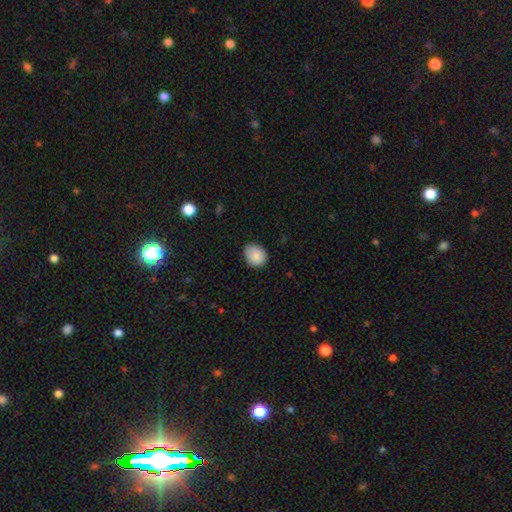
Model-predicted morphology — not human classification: The model was most divided on "how rounded": round: 58%, in between: 41%, cigar-shaped: 1%. More confident: smooth or featured — smooth (88%); merging — none (80%).